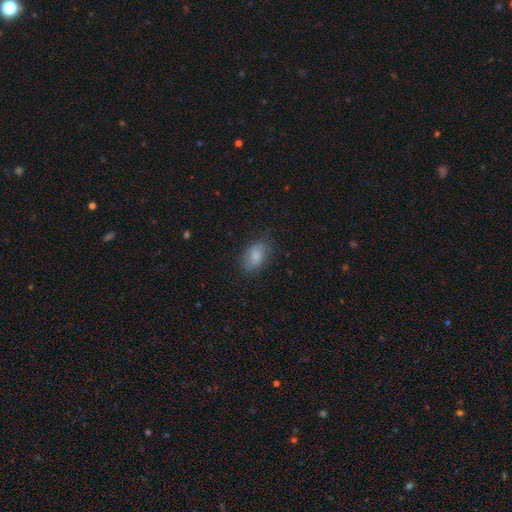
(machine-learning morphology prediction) Smooth or featured? Predicted: smooth (p=0.79). How rounded? Predicted: in between (p=0.88). Merging? Predicted: none (p=0.75).